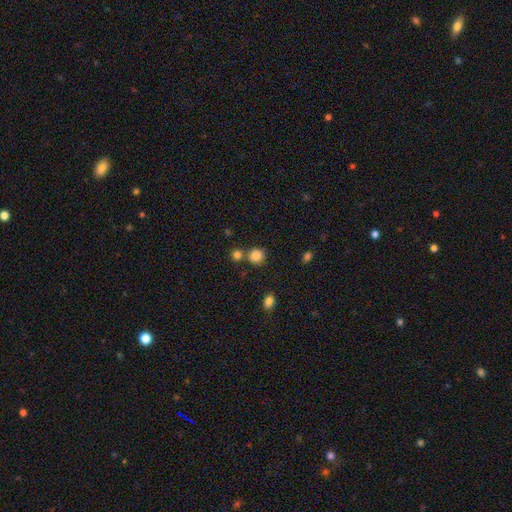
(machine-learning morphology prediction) Q: Smooth or featured?
A: smooth (85%); runner-up: star or artifact (11%)
Q: How rounded?
A: round (87%); runner-up: in between (12%)
Q: Merging?
A: none (68%); runner-up: merger (19%)